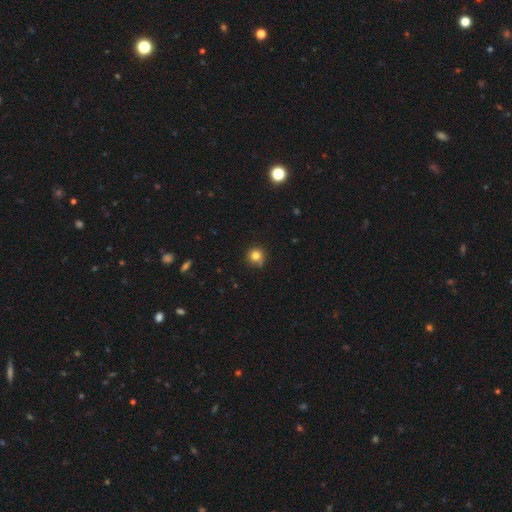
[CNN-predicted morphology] Smooth or featured?
  - smooth: 80% *
  - star or artifact: 12%
  - featured or disk: 7%
How rounded?
  - round: 92% *
  - in between: 7%
  - cigar-shaped: 1%
Merging?
  - none: 73% *
  - minor disturbance: 19%
  - major disturbance: 4%
  - merger: 3%